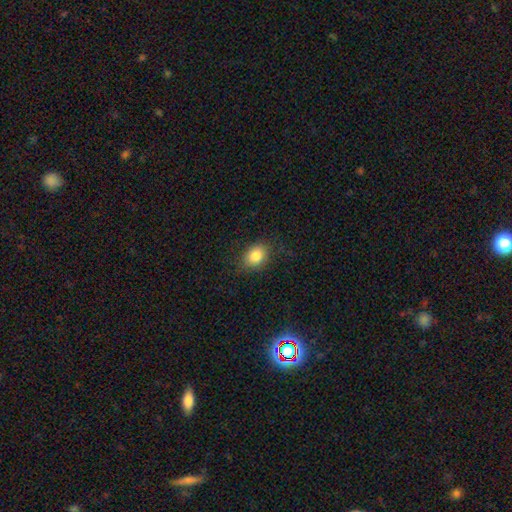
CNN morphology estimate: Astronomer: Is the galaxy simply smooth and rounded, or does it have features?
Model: smooth — 84%.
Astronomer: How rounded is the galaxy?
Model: in between — 64%.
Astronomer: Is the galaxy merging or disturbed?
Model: none — 83%.